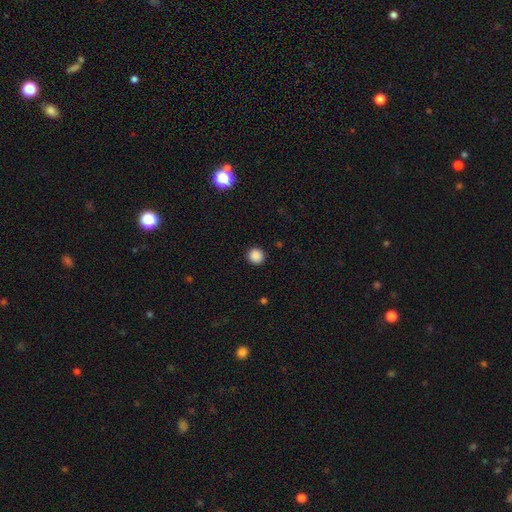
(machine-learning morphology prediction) Smooth or featured? smooth (87%)
How rounded? round (95%)
Merging? none (92%)